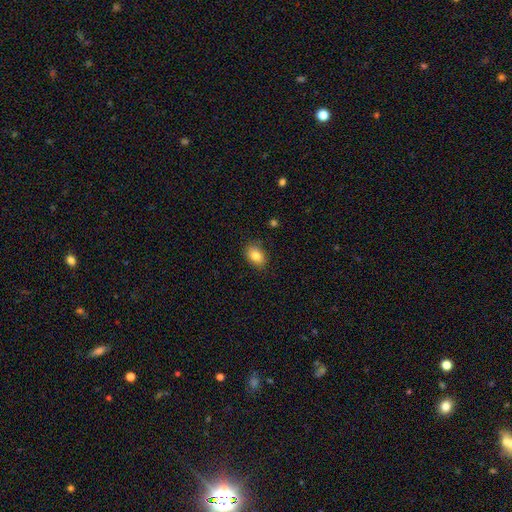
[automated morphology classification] Smooth or featured? Predicted: smooth (p=0.84). How rounded? Predicted: in between (p=0.79). Merging? Predicted: none (p=0.84).